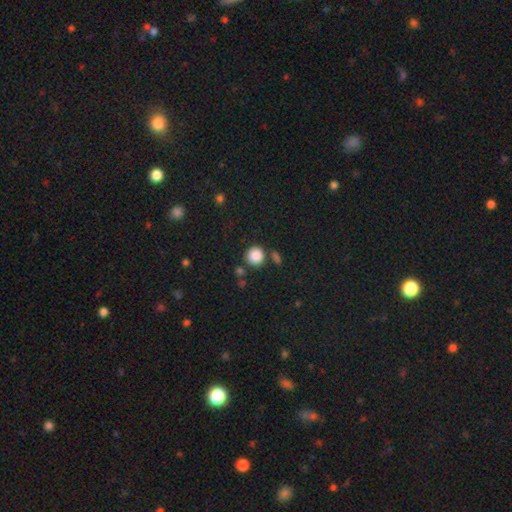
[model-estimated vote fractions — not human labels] The model was most divided on "merging": none: 76%, minor disturbance: 11%, merger: 10%, major disturbance: 4%. More confident: how rounded — round (90%); smooth or featured — smooth (87%).